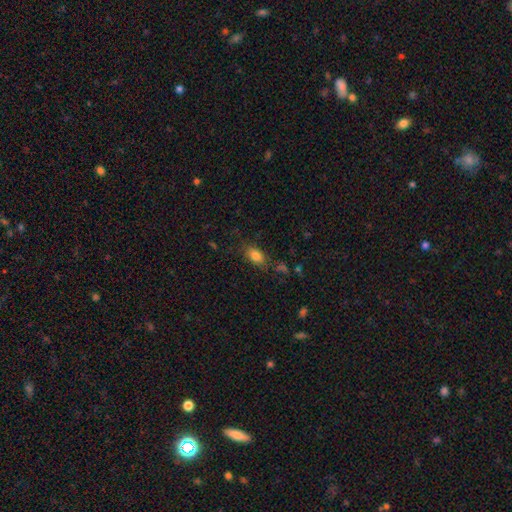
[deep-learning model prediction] Morphology: type=smooth (81%); roundness=in between (85%); merging=none (77%).